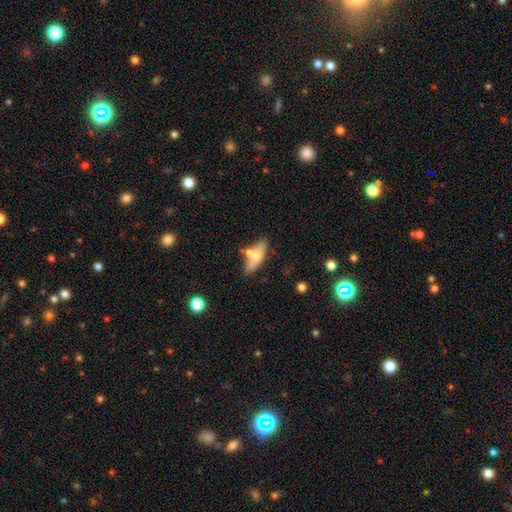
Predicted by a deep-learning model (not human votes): Smooth or featured: smooth — 59% (featured or disk — 35%)
How rounded: in between — 68% (cigar-shaped — 28%)
Merging: none — 62% (merger — 19%)